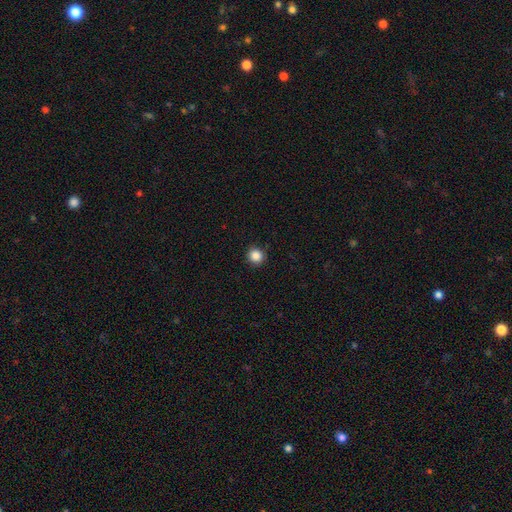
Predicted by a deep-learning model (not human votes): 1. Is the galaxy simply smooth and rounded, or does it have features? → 86% smooth, 11% star or artifact, 3% featured or disk.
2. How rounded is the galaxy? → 92% round, 7% in between, 1% cigar-shaped.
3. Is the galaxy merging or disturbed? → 90% none, 7% minor disturbance, 2% major disturbance, 1% merger.